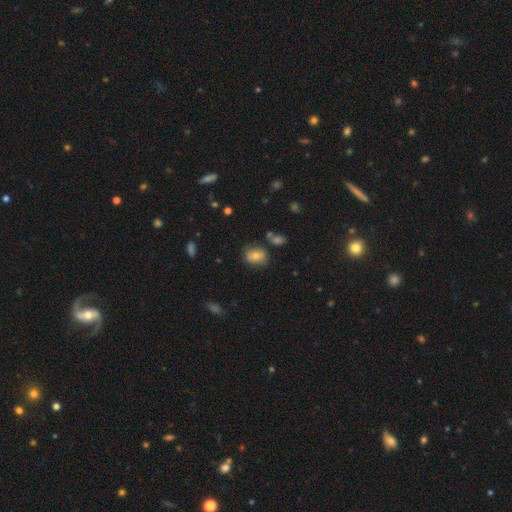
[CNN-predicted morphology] smooth-or-featured: smooth: 70% | featured or disk: 19% | star or artifact: 11%
  how-rounded: in between: 59% | round: 40% | cigar-shaped: 1%
  merging: none: 72% | minor disturbance: 17% | merger: 6% | major disturbance: 5%